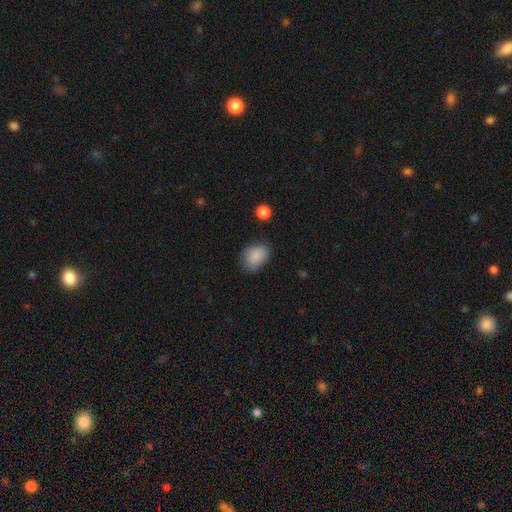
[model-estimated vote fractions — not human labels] Morphology: type=smooth (87%); roundness=in between (71%); merging=none (72%).